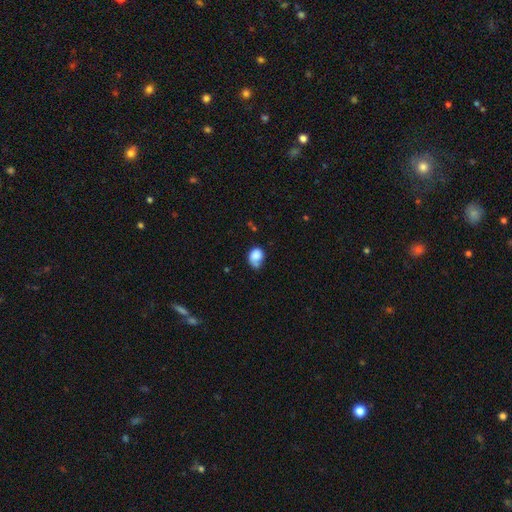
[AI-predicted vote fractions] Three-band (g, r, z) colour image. It shows a smooth galaxy with no disk features (81%) that is in between round and cigar-shaped (51%). Merging: none (38%).